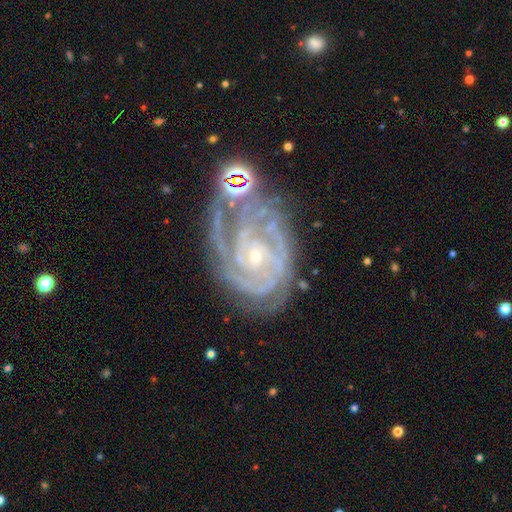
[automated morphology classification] featured or disk 89%, star or artifact 7%, smooth 4%. Down the decision tree: edge-on disk — no (97%); bar — no (69%); spiral arms — yes (97%); spiral arm count — 3 (27%); spiral winding — tight (74%); bulge size — small (78%); merging — none (49%).